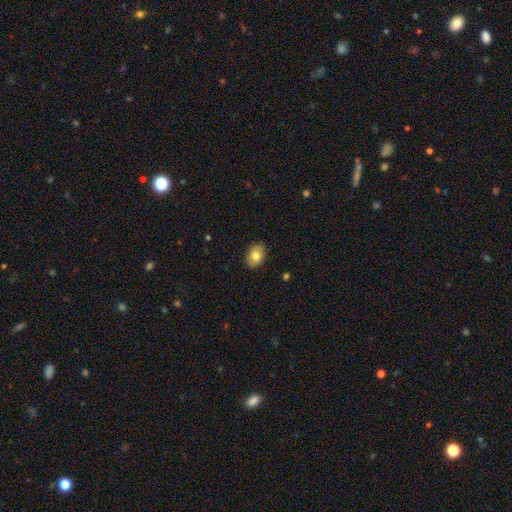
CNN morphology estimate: The model was most divided on "how rounded": in between: 78%, round: 21%, cigar-shaped: 1%. More confident: merging — none (88%); smooth or featured — smooth (79%).